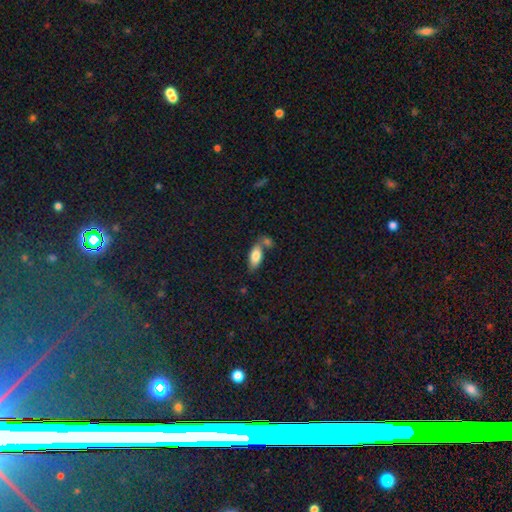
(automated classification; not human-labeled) Smooth or featured?
  - smooth: 80% *
  - featured or disk: 13%
  - star or artifact: 7%
How rounded?
  - in between: 86% *
  - cigar-shaped: 11%
  - round: 3%
Merging?
  - none: 48% *
  - merger: 33%
  - minor disturbance: 14%
  - major disturbance: 5%